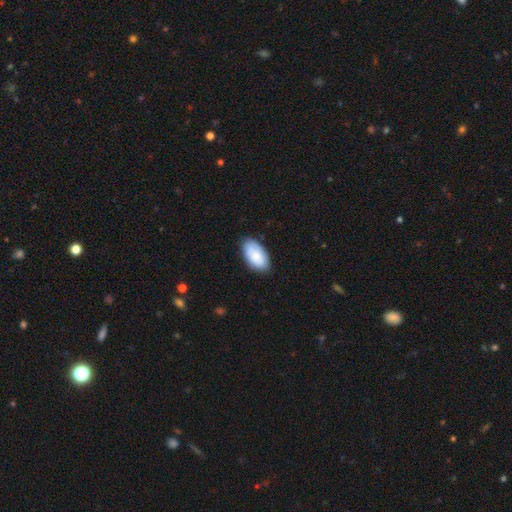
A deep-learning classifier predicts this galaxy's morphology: Smooth or featured: smooth — 83% (featured or disk — 11%)
How rounded: in between — 95% (round — 3%)
Merging: none — 80% (minor disturbance — 16%)